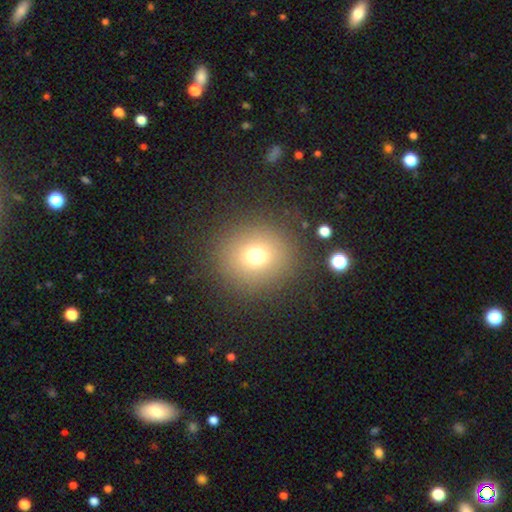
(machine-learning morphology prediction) Smooth or featured? Predicted: smooth (p=0.70). How rounded? Predicted: round (p=0.87). Merging? Predicted: none (p=0.85).